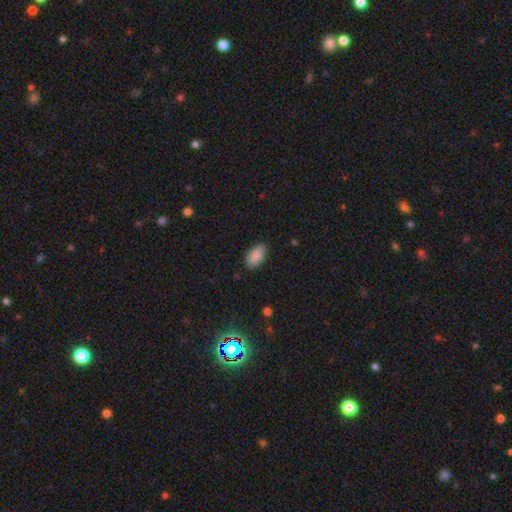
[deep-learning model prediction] smooth_or_featured: smooth (p=0.86) [alt: star or artifact p=0.07]
how_rounded: in between (p=0.93) [alt: round p=0.05]
merging: none (p=0.73) [alt: minor disturbance p=0.22]